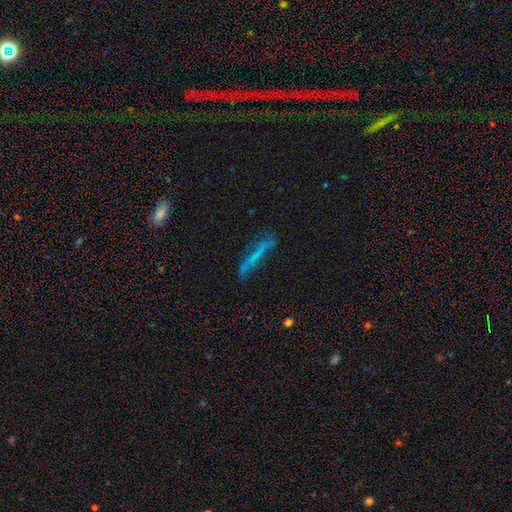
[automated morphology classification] This is possibly a smooth galaxy (48%). Merging: likely none (65%).